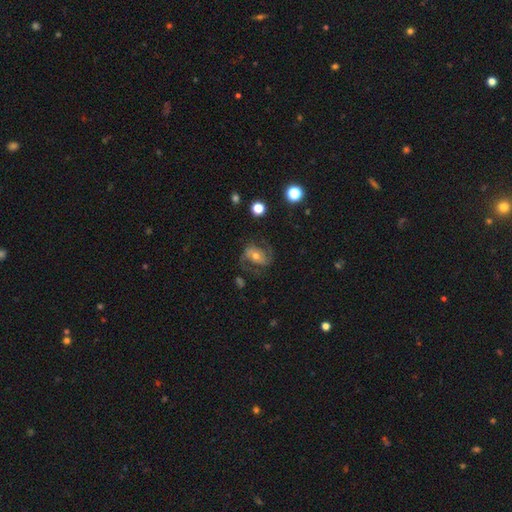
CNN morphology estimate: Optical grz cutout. It shows a featured or disk galaxy (70%) with no bar (44%), 2 (86%) medium (48%) spiral arms (87%) and a moderate central bulge (62%). Merging: none (64%).